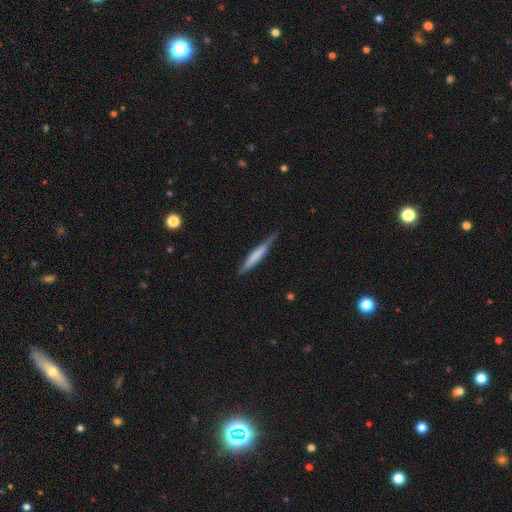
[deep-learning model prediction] Morphology: type=smooth (54%); roundness=cigar-shaped (94%); merging=none (77%).